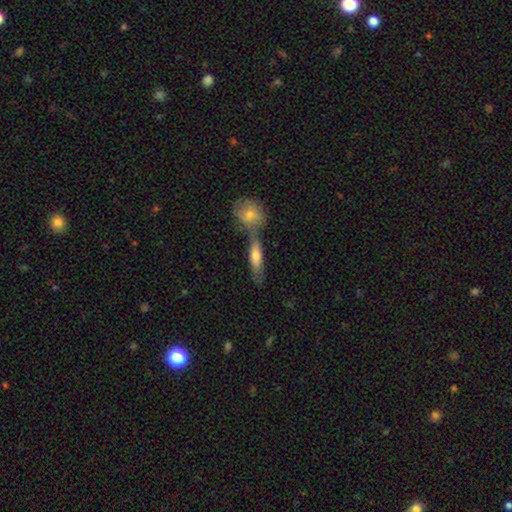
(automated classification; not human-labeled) This is likely a smooth galaxy (62%). How rounded: possibly cigar-shaped (60%). Merging: possibly none (46%).